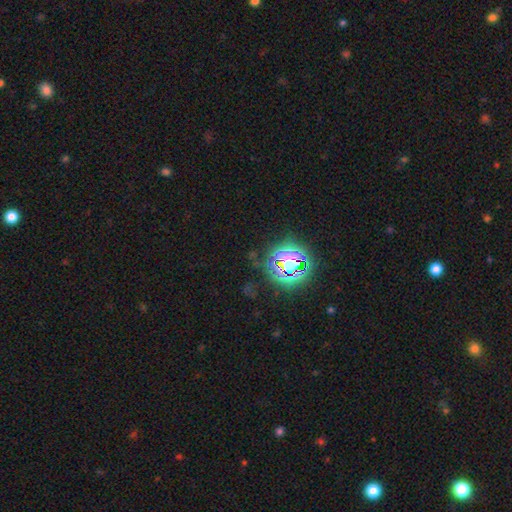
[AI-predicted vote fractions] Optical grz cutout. It shows a star or artifact, not a galaxy (77%).